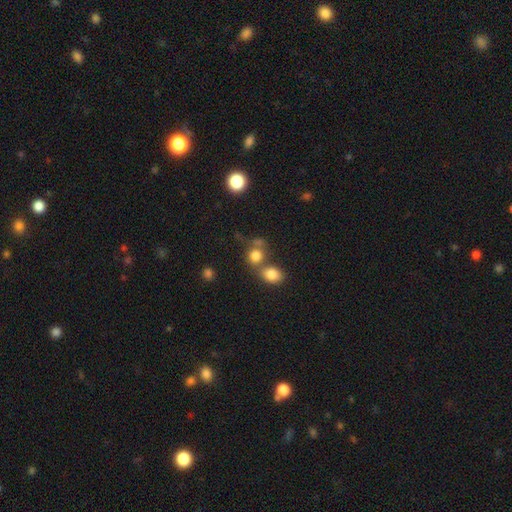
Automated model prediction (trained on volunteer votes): This is likely a smooth galaxy (79%). How rounded: likely round (75%). Merging: marginally none (43%).